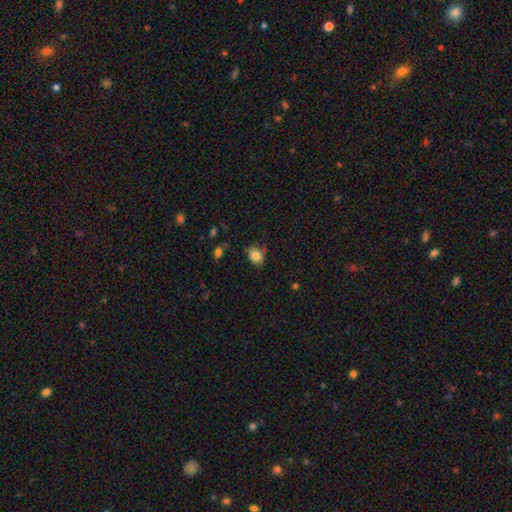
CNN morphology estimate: A smooth galaxy with no disk features (82%) that is in between round and cigar-shaped (53%). Merging: none (68%).